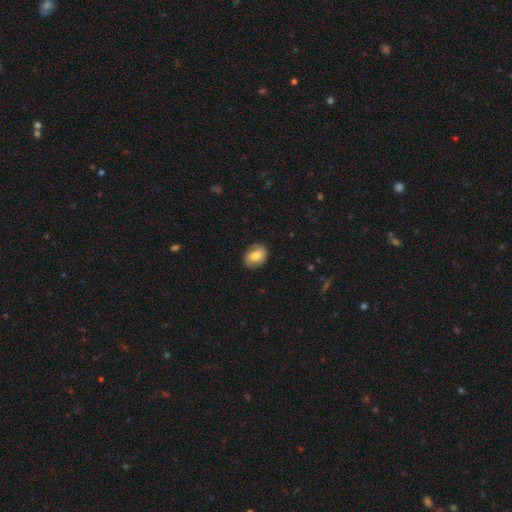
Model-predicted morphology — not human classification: smooth_or_featured: smooth (p=0.62) [alt: featured or disk p=0.30]
how_rounded: in between (p=0.54) [alt: round p=0.45]
merging: none (p=0.81) [alt: minor disturbance p=0.14]